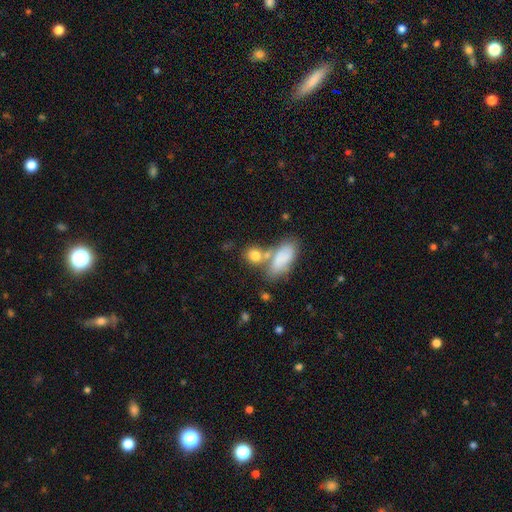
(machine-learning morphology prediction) Overall: smooth (80%). How rounded: in between (47%; round 46%). Merging: none (52%; merger 29%).